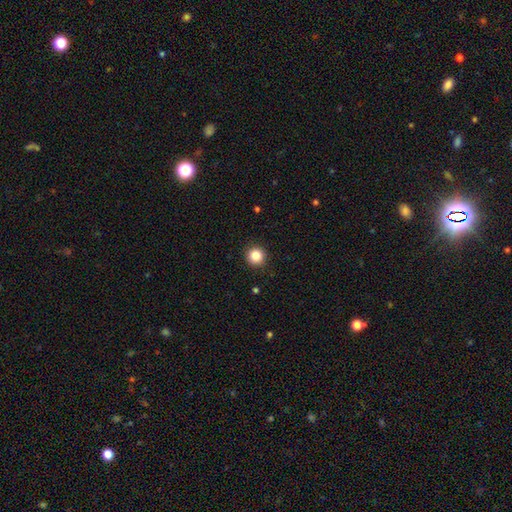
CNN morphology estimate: Overall: smooth (87%). How rounded: round (95%). Merging: none (91%).